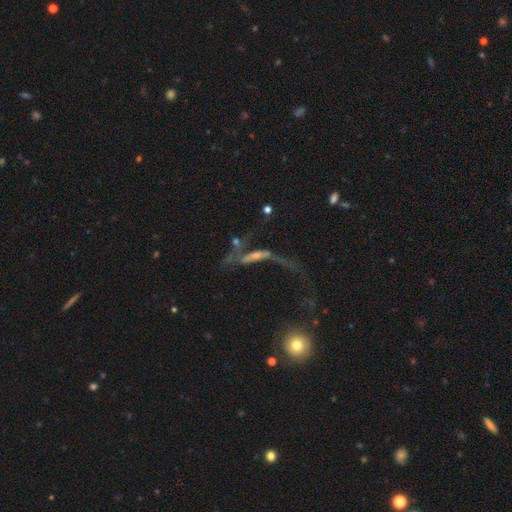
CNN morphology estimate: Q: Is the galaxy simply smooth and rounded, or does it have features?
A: featured or disk — 61%.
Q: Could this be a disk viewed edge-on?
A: no — 63%.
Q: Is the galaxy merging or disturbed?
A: major disturbance — 43%.